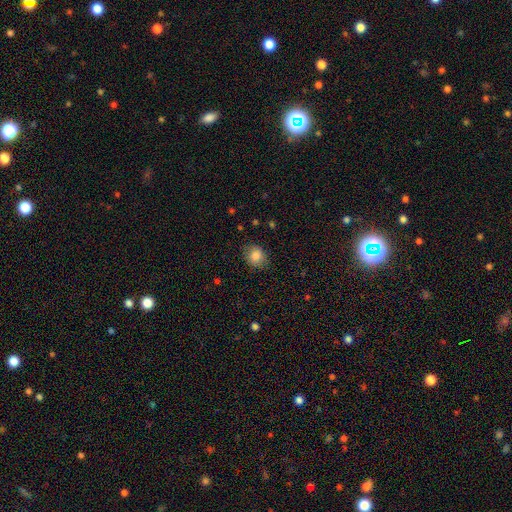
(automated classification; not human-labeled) smooth-or-featured: smooth: 83% | star or artifact: 9% | featured or disk: 8%
  how-rounded: round: 65% | in between: 34% | cigar-shaped: 1%
  merging: none: 84% | minor disturbance: 12% | major disturbance: 3% | merger: 1%